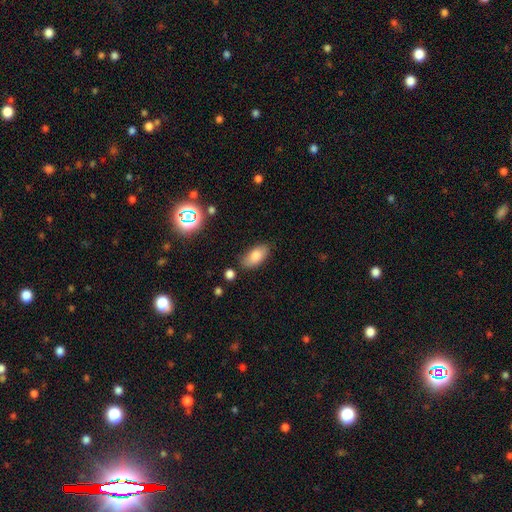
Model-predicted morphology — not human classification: type=smooth (80%); roundness=in between (91%); merging=none (76%).